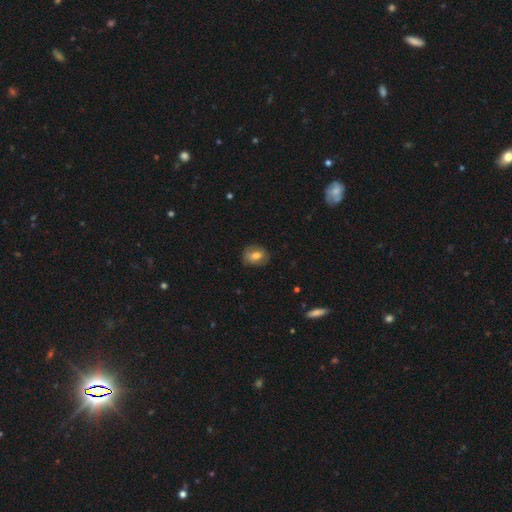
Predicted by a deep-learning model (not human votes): Morphology: type=smooth (66%); roundness=in between (56%); merging=none (79%).